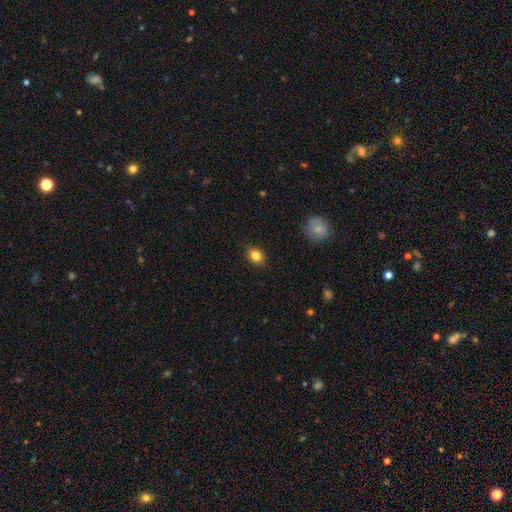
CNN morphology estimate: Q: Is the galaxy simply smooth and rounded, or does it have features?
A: smooth — 83%.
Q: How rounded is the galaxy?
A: in between — 57%.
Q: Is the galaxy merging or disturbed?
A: none — 88%.